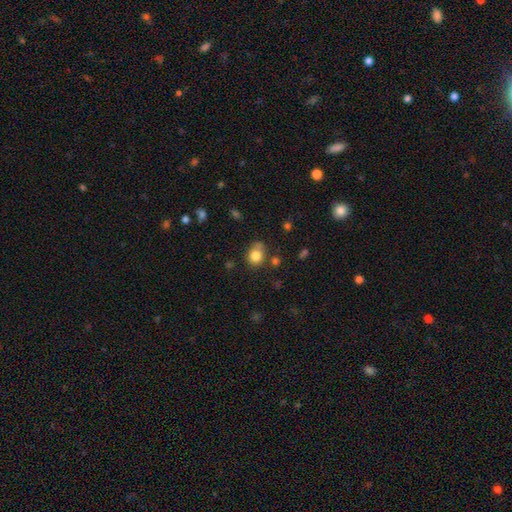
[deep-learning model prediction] Q: Smooth or featured?
A: smooth (81%); runner-up: star or artifact (11%)
Q: How rounded?
A: round (69%); runner-up: in between (30%)
Q: Merging?
A: none (63%); runner-up: minor disturbance (21%)